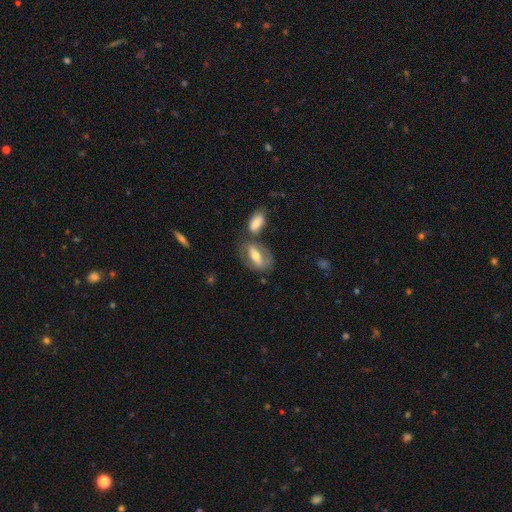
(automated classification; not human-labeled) Morphology: type=featured or disk (49%); merging=none (50%).